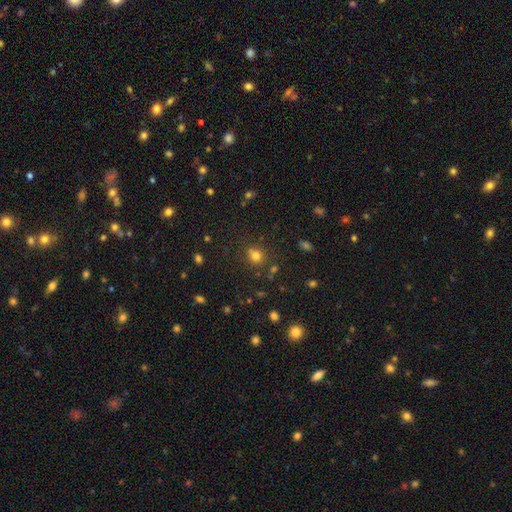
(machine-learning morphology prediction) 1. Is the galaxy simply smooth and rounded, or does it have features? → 72% smooth, 20% star or artifact, 8% featured or disk.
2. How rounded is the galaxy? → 76% round, 23% in between, 1% cigar-shaped.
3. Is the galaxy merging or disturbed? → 65% none, 16% merger, 13% minor disturbance, 5% major disturbance.